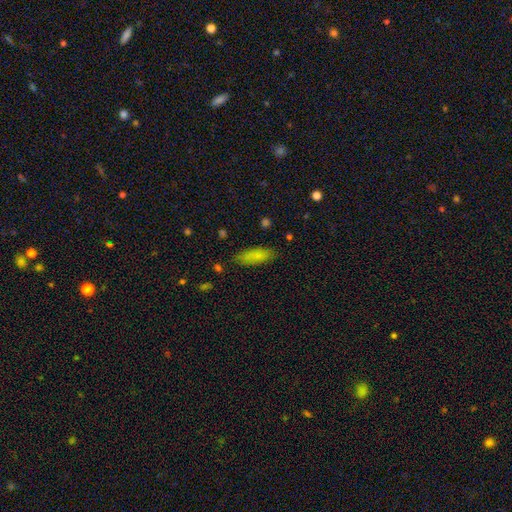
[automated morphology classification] Smooth or featured?
  - smooth: 82% *
  - featured or disk: 10%
  - star or artifact: 8%
How rounded?
  - in between: 63% *
  - cigar-shaped: 35%
  - round: 2%
Merging?
  - none: 81% *
  - minor disturbance: 14%
  - major disturbance: 3%
  - merger: 2%